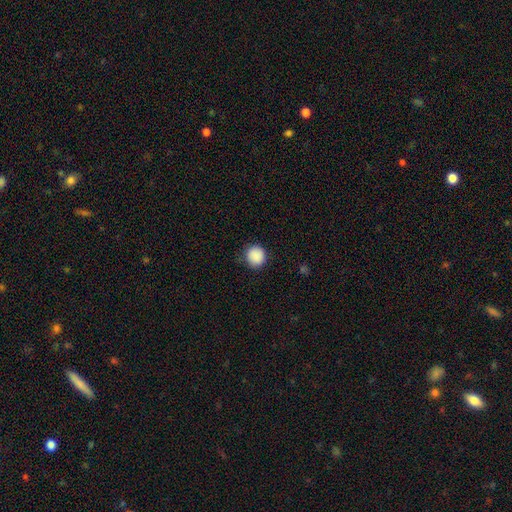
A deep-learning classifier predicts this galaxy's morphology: This appears to be a smooth galaxy with no disk features (89%) that is round (87%). Merging: none (86%).